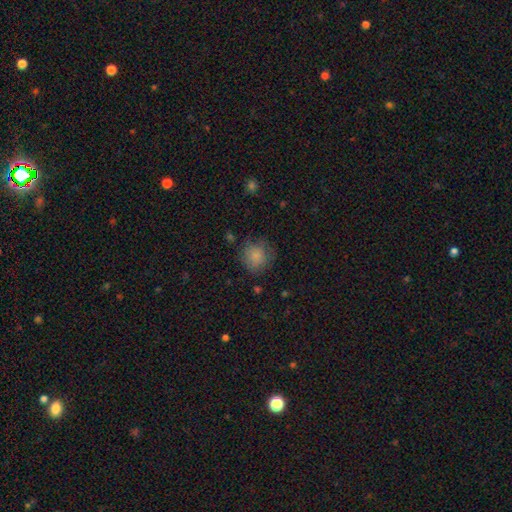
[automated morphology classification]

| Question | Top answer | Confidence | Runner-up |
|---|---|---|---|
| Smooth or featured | smooth | 83% | star or artifact (10%) |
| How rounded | round | 88% | in between (11%) |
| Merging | none | 74% | minor disturbance (18%) |